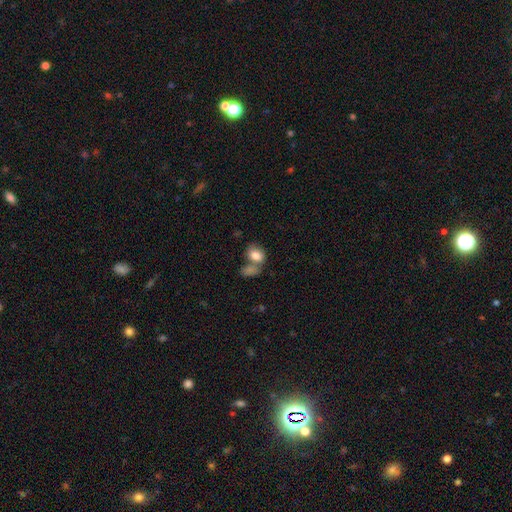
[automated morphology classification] The model was most divided on "merging": merger: 41%, none: 39%, minor disturbance: 13%, major disturbance: 6%. More confident: smooth or featured — smooth (81%); how rounded — in between (73%).